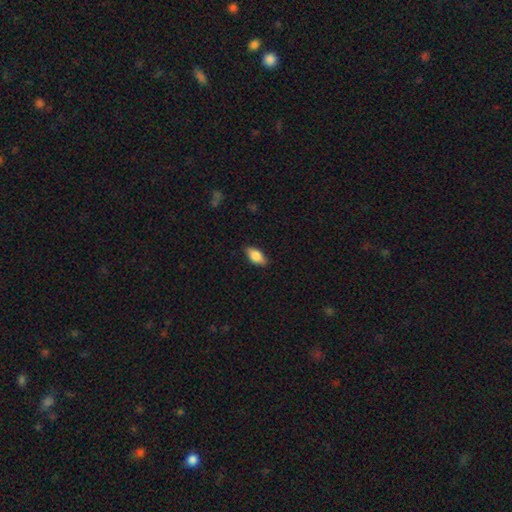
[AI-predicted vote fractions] A smooth galaxy with no disk features (78%) that is in between round and cigar-shaped (87%). Merging: none (84%).